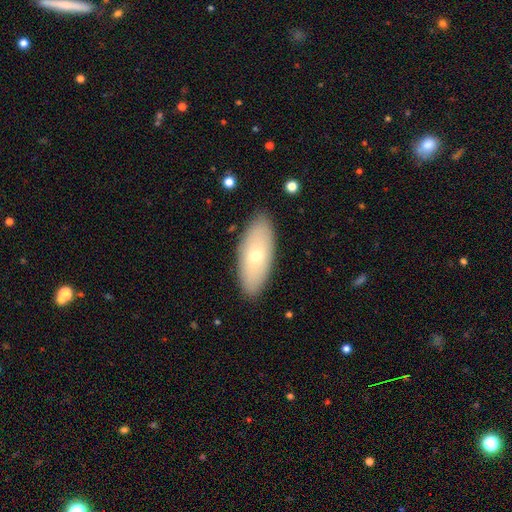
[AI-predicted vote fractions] Smooth or featured? Predicted: smooth (p=0.61). How rounded? Predicted: in between (p=0.83). Merging? Predicted: none (p=0.88).